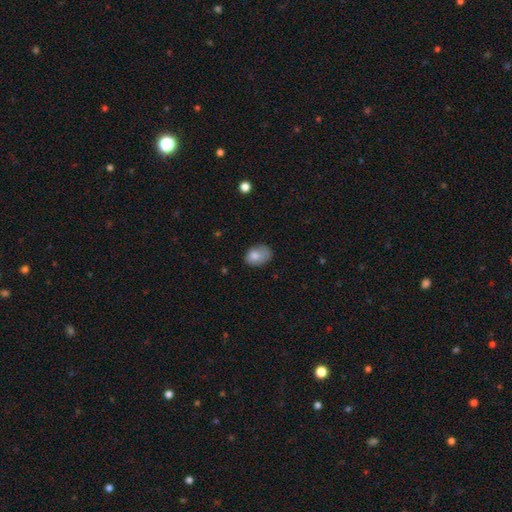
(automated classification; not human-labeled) The model was most divided on "merging": none: 49%, minor disturbance: 34%, major disturbance: 14%, merger: 3%. More confident: smooth or featured — smooth (77%); how rounded — in between (74%).